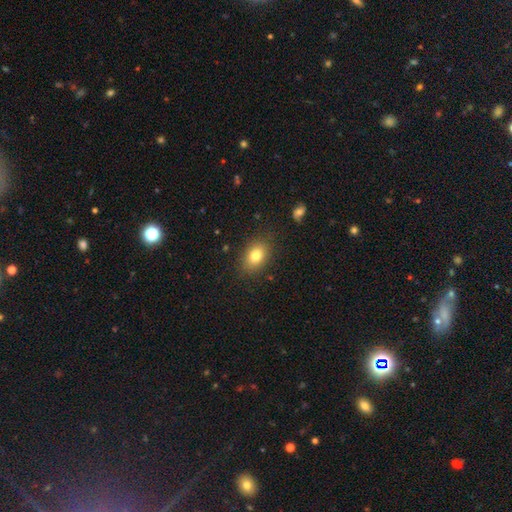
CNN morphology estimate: A smooth galaxy with no disk features (80%) that is in between round and cigar-shaped (77%). Merging: none (85%).